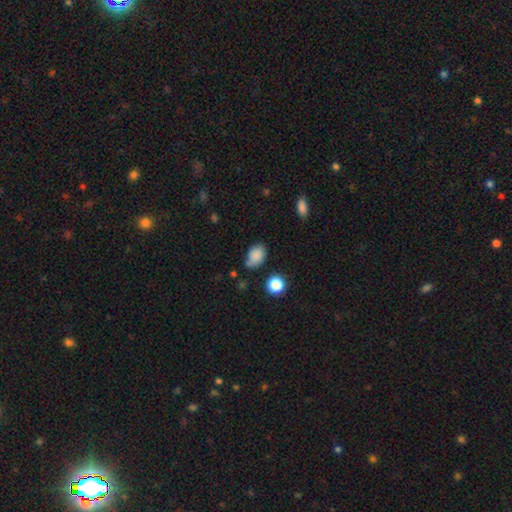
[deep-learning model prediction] smooth-or-featured: smooth: 84% | star or artifact: 10% | featured or disk: 6%
  how-rounded: in between: 77% | round: 22% | cigar-shaped: 1%
  merging: none: 57% | minor disturbance: 31% | major disturbance: 7% | merger: 5%